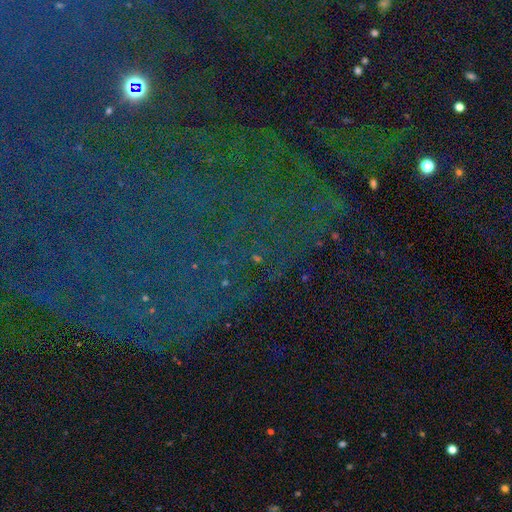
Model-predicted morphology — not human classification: smooth-or-featured: star or artifact: 86% | smooth: 7% | featured or disk: 7%